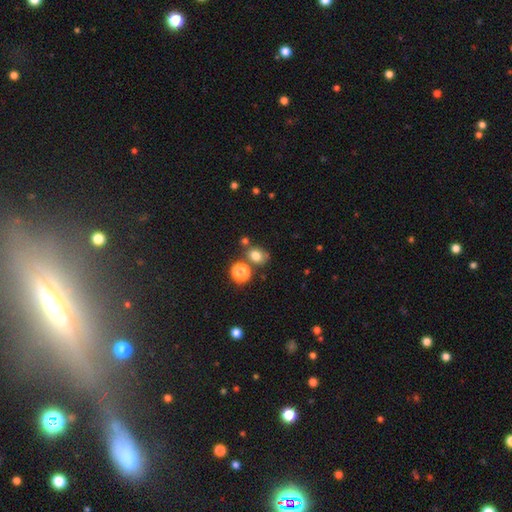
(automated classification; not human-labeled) This is likely a smooth galaxy (78%). How rounded: possibly round (52%). Merging: likely none (63%).